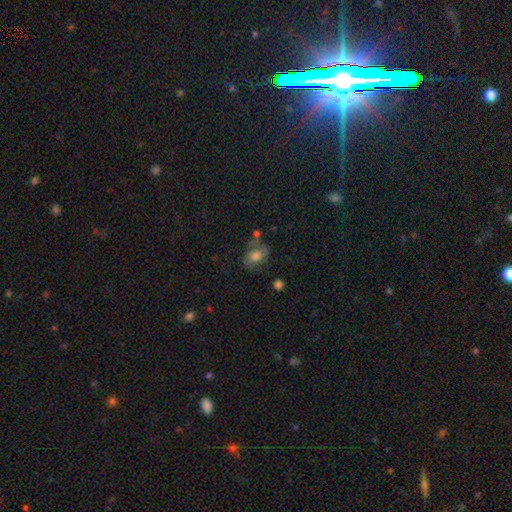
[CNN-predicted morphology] Smooth or featured: smooth — 51% (featured or disk — 36%)
How rounded: in between — 69% (round — 29%)
Merging: none — 55% (minor disturbance — 24%)